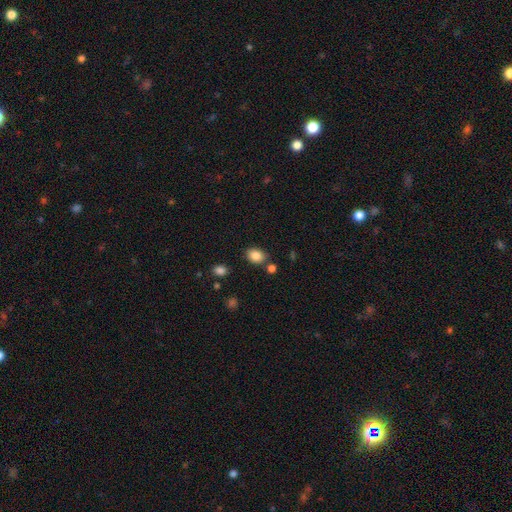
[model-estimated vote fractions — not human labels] Smooth or featured: smooth — 85% (star or artifact — 9%)
How rounded: in between — 62% (round — 37%)
Merging: none — 78% (minor disturbance — 12%)